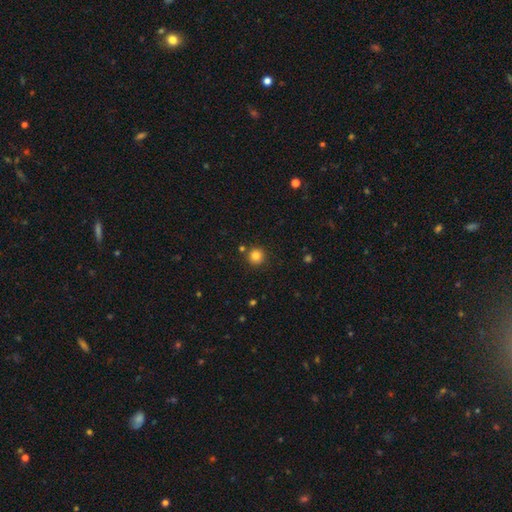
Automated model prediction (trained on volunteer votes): A smooth galaxy with no disk features (83%) that is round (94%).

Vote fractions:
- Smooth or featured? smooth: 83% / star or artifact: 12% / featured or disk: 5%
- How rounded? round: 94% / in between: 5% / cigar-shaped: 1%
- Merging? none: 85% / minor disturbance: 8% / merger: 5% / major disturbance: 2%